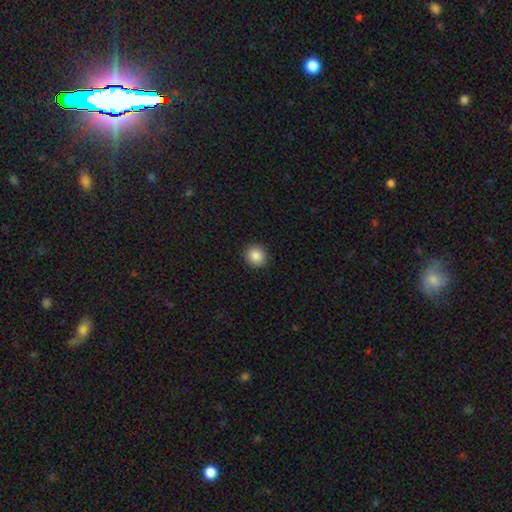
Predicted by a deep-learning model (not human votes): Overall: smooth (87%). How rounded: round (88%). Merging: none (92%).